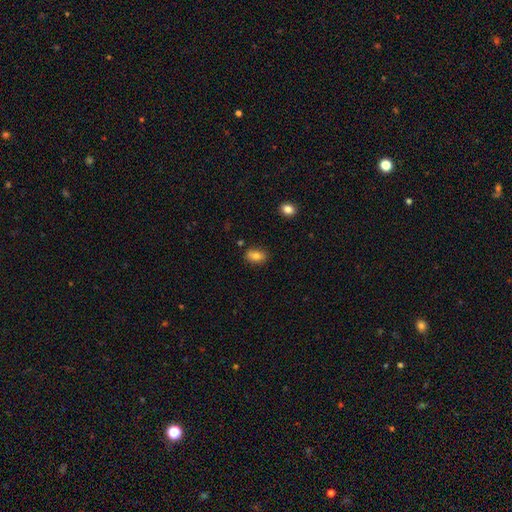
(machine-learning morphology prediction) This appears to be a smooth galaxy with no disk features (82%) that is in between round and cigar-shaped (83%). Merging: none (81%).